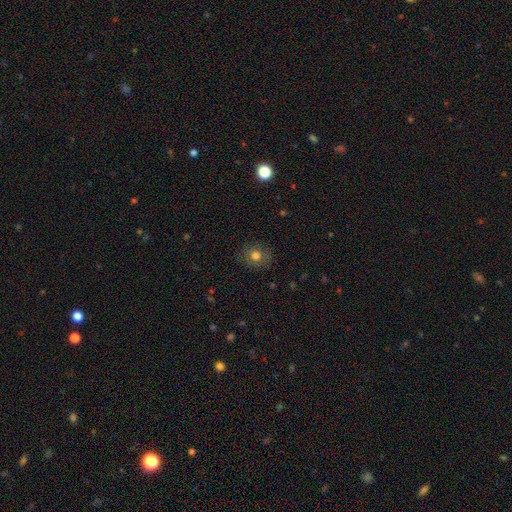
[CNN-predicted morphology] A smooth galaxy with no disk features (74%) that is round (80%).

Vote fractions:
- Smooth or featured? smooth: 74% / featured or disk: 13% / star or artifact: 13%
- How rounded? round: 80% / in between: 19% / cigar-shaped: 1%
- Merging? none: 84% / minor disturbance: 11% / major disturbance: 4% / merger: 1%